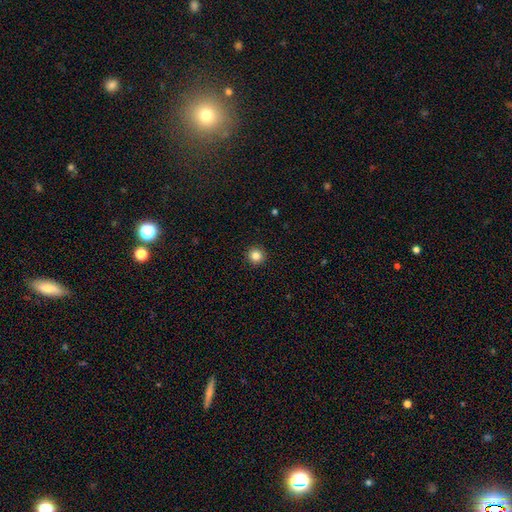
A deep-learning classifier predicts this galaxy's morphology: Smooth or featured: smooth — 84% (star or artifact — 11%)
How rounded: round — 96% (in between — 3%)
Merging: none — 93% (minor disturbance — 5%)